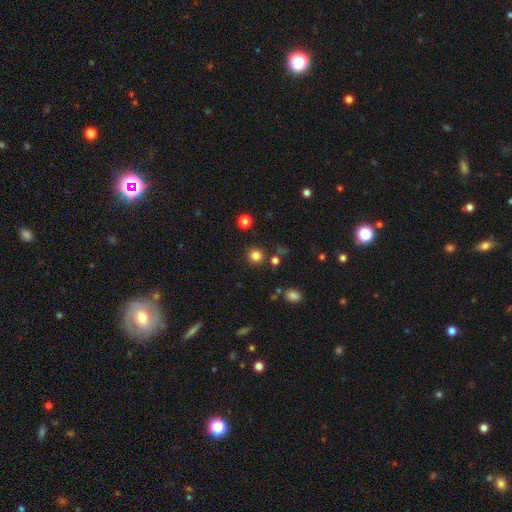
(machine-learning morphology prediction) Smooth or featured? smooth (81%)
How rounded? round (94%)
Merging? none (87%)